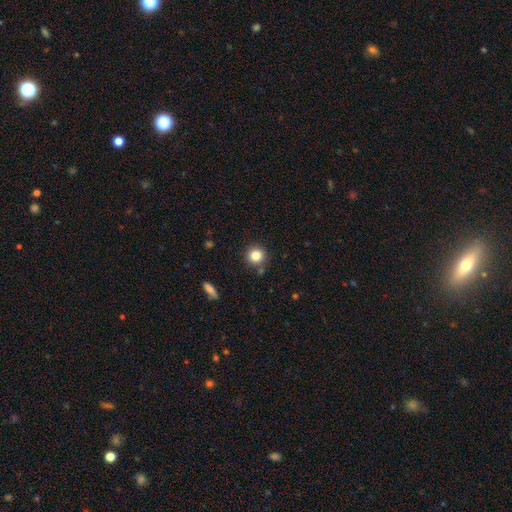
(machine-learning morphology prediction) Smooth or featured?
  - smooth: 83% *
  - star or artifact: 11%
  - featured or disk: 6%
How rounded?
  - round: 94% *
  - in between: 6%
  - cigar-shaped: 1%
Merging?
  - none: 86% *
  - minor disturbance: 8%
  - merger: 4%
  - major disturbance: 2%